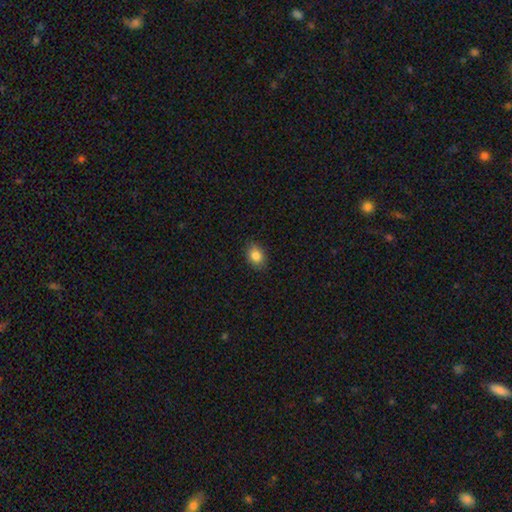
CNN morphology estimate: smooth 85%, star or artifact 9%, featured or disk 6%. Down the decision tree: how rounded — in between (65%); merging — none (86%).